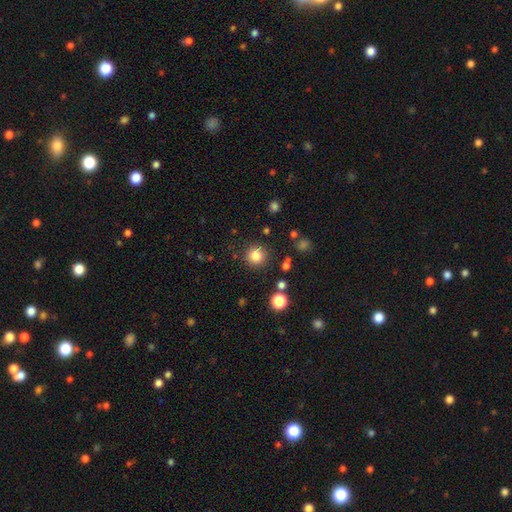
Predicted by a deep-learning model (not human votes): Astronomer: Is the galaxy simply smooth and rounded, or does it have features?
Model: smooth — 82%.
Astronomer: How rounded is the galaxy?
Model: round — 94%.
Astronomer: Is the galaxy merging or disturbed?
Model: none — 88%.